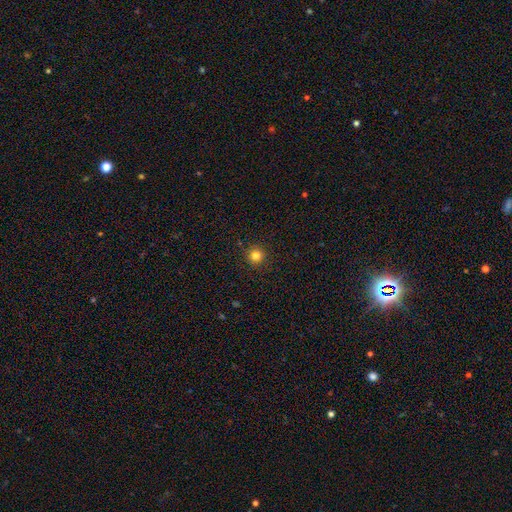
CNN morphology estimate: type=smooth (82%); roundness=round (96%); merging=none (92%).